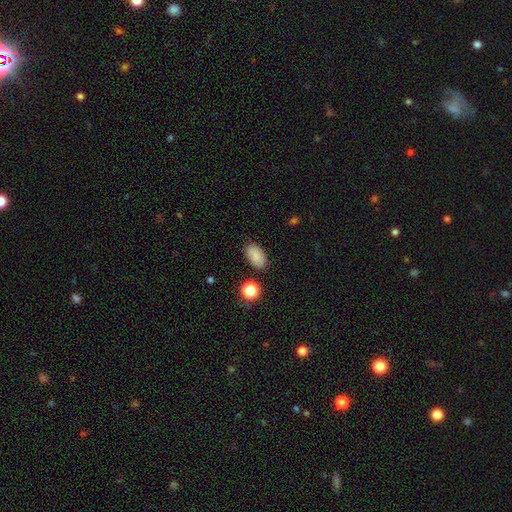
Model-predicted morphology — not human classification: smooth-or-featured: smooth: 86% | star or artifact: 9% | featured or disk: 5%
  how-rounded: in between: 92% | round: 6% | cigar-shaped: 2%
  merging: none: 82% | minor disturbance: 12% | merger: 3% | major disturbance: 3%